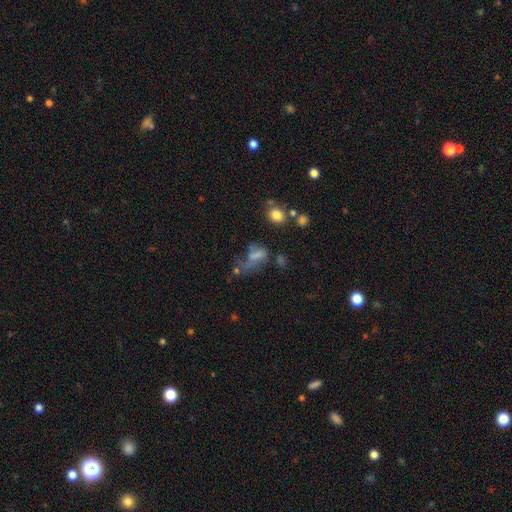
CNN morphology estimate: This is possibly a smooth galaxy (57%). How rounded: likely in between (74%). Merging: possibly major disturbance (46%).